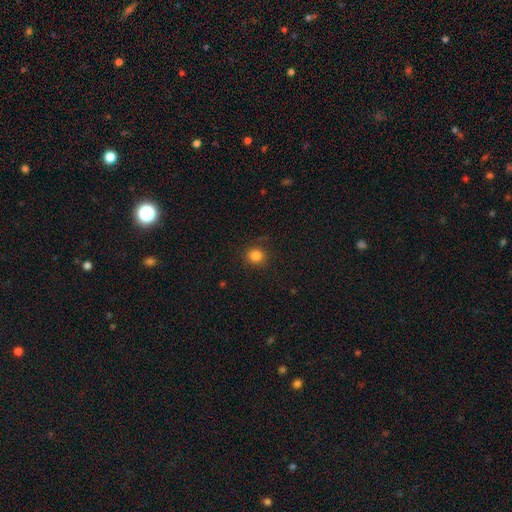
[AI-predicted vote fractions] smooth-or-featured: smooth: 83% | star or artifact: 12% | featured or disk: 5%
  how-rounded: round: 87% | in between: 12% | cigar-shaped: 1%
  merging: none: 87% | minor disturbance: 9% | major disturbance: 3% | merger: 1%